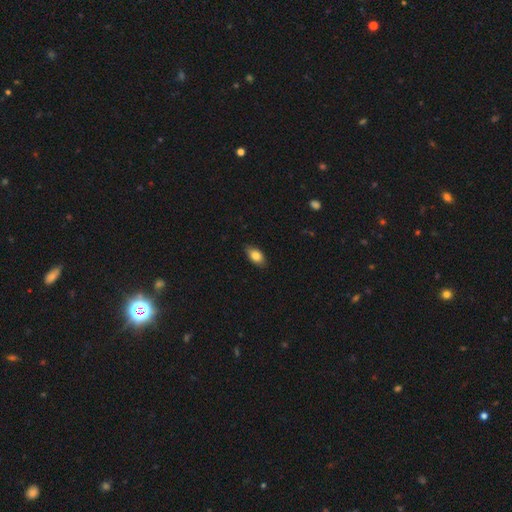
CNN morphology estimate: Q: Smooth or featured?
A: smooth (83%); runner-up: featured or disk (10%)
Q: How rounded?
A: in between (89%); runner-up: round (6%)
Q: Merging?
A: none (84%); runner-up: minor disturbance (13%)